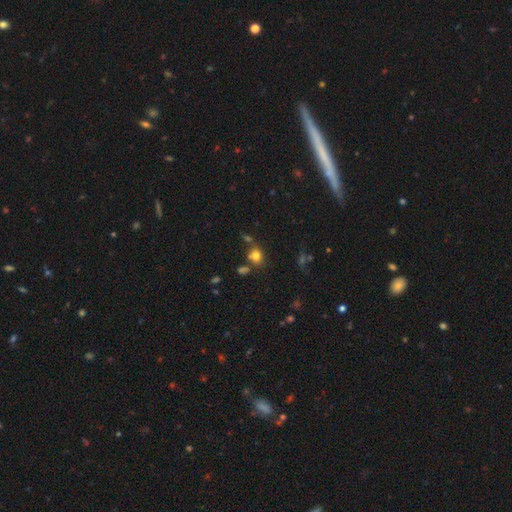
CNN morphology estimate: smooth_or_featured: smooth (p=0.77) [alt: star or artifact p=0.15]
how_rounded: round (p=0.65) [alt: in between p=0.34]
merging: none (p=0.66) [alt: merger p=0.15]